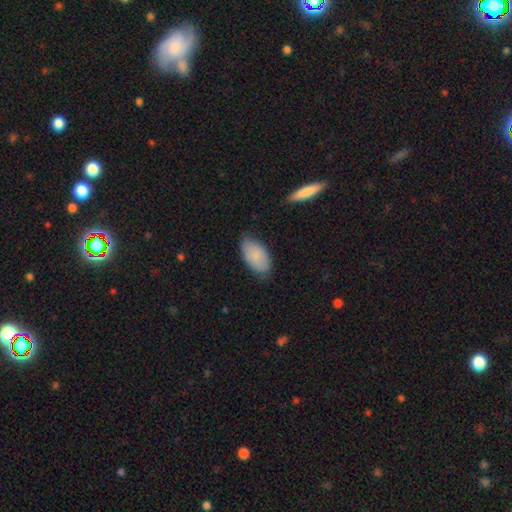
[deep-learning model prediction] smooth-or-featured: smooth: 83% | featured or disk: 11% | star or artifact: 6%
  how-rounded: in between: 95% | round: 3% | cigar-shaped: 2%
  merging: none: 74% | minor disturbance: 21% | major disturbance: 4% | merger: 1%